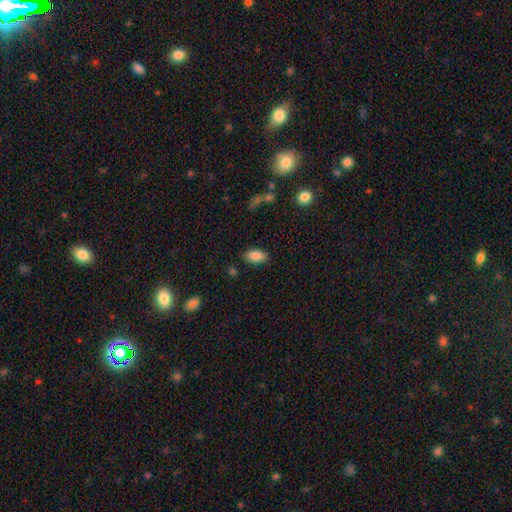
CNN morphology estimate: smooth 86%, star or artifact 8%, featured or disk 6%. Down the decision tree: how rounded — in between (93%); merging — none (85%).